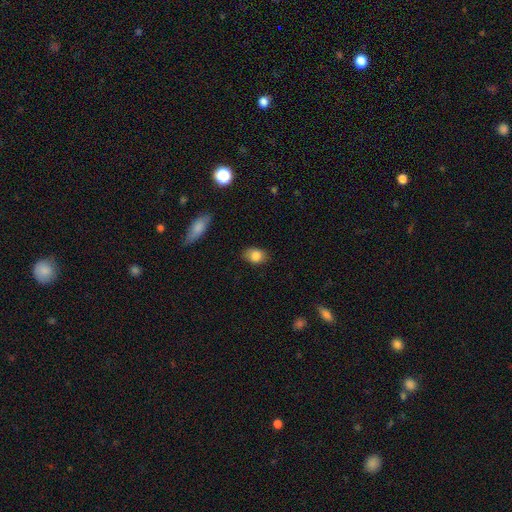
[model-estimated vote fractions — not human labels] smooth-or-featured: smooth: 85% | star or artifact: 8% | featured or disk: 6%
  how-rounded: in between: 69% | round: 29% | cigar-shaped: 2%
  merging: none: 78% | minor disturbance: 17% | major disturbance: 3% | merger: 1%